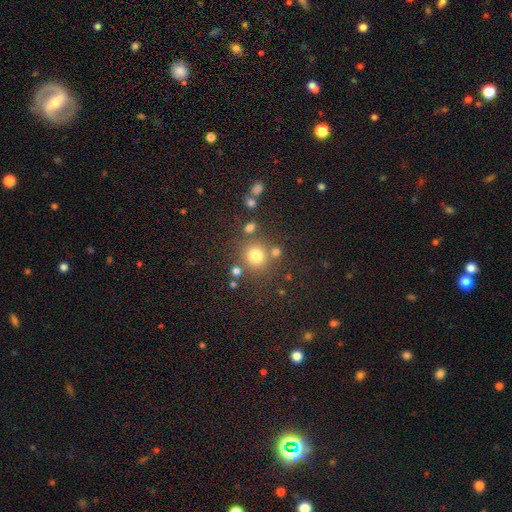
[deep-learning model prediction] Smooth or featured? Predicted: smooth (p=0.75). How rounded? Predicted: round (p=0.89). Merging? Predicted: none (p=0.75).